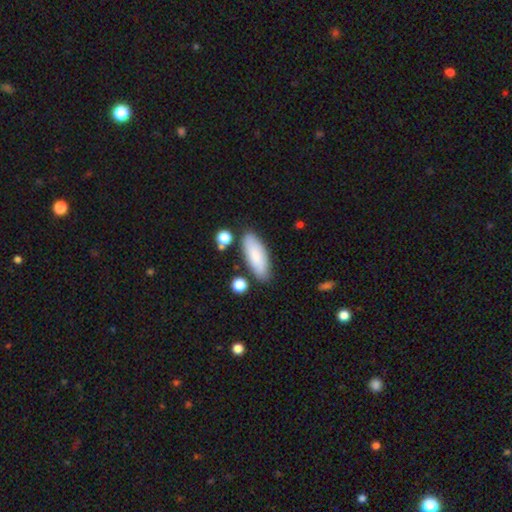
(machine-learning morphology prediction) type=smooth (80%); roundness=in between (72%); merging=none (79%).